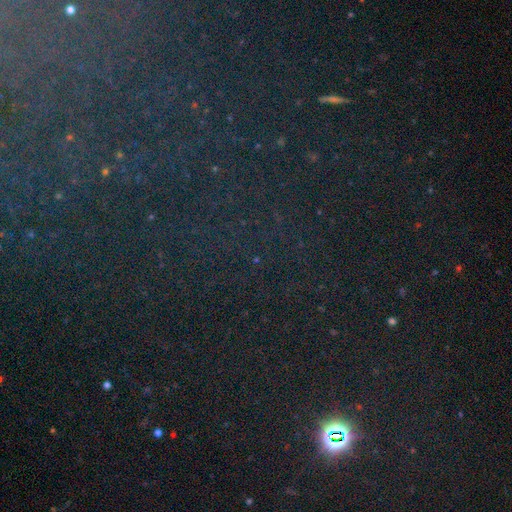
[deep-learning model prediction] A star or artifact, not a galaxy (82%).

Vote fractions:
- Smooth or featured? star or artifact: 82% / smooth: 10% / featured or disk: 8%